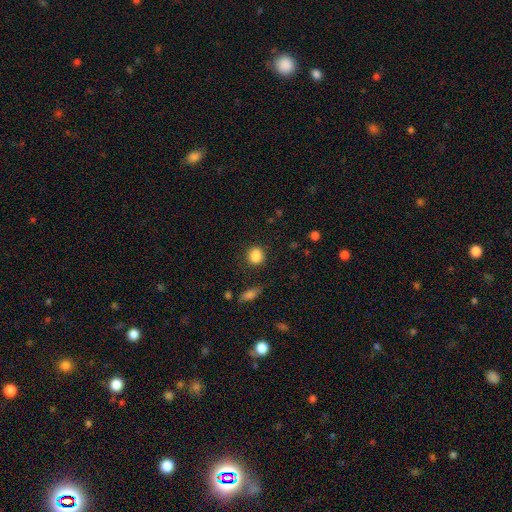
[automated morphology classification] Overall: smooth (87%). How rounded: round (67%; in between 32%). Merging: none (82%).